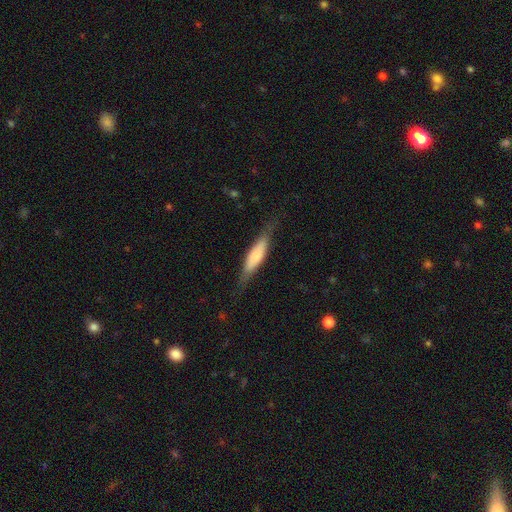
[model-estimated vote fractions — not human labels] Q: Smooth or featured?
A: smooth (58%); runner-up: featured or disk (36%)
Q: How rounded?
A: cigar-shaped (72%); runner-up: in between (27%)
Q: Merging?
A: none (75%); runner-up: minor disturbance (17%)